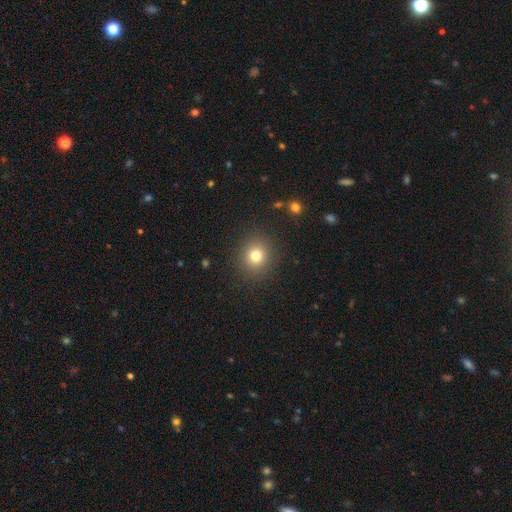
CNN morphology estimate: type=smooth (78%); roundness=round (87%); merging=none (89%).